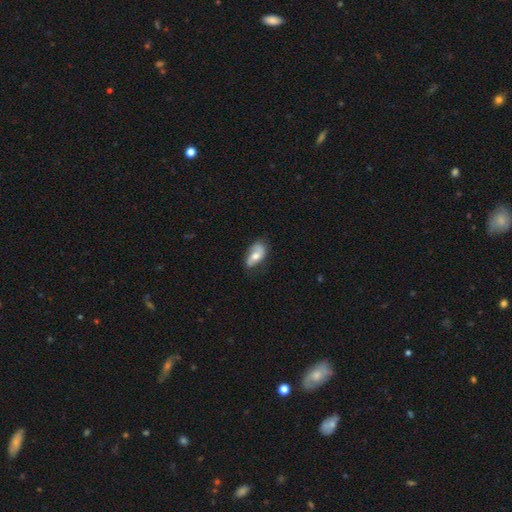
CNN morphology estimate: This is possibly a featured or disk galaxy (48%). Merging: likely none (61%).